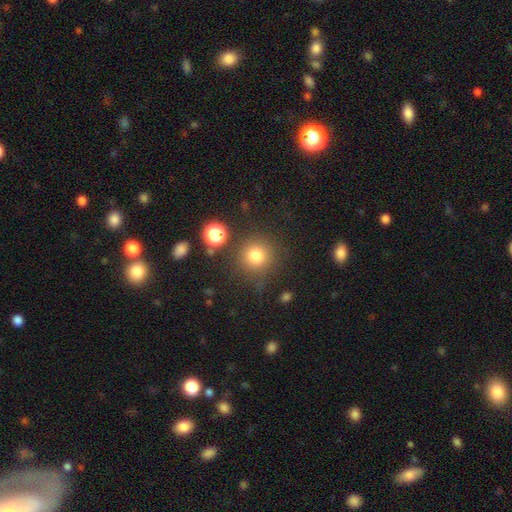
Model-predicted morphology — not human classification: Overall: smooth (78%). How rounded: round (93%). Merging: none (80%).